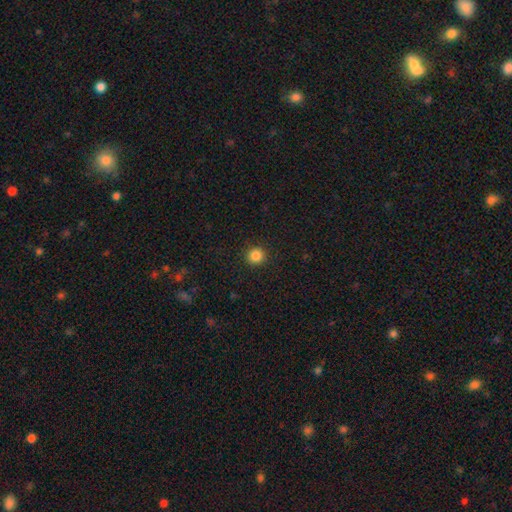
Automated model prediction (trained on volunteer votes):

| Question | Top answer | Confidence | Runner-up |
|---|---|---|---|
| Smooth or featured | smooth | 86% | star or artifact (11%) |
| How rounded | round | 93% | in between (6%) |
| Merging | none | 92% | minor disturbance (5%) |